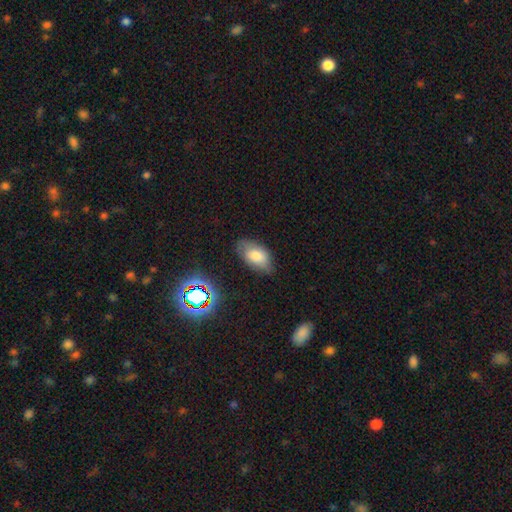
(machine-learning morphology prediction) Overall: smooth (74%). How rounded: in between (93%). Merging: none (72%).